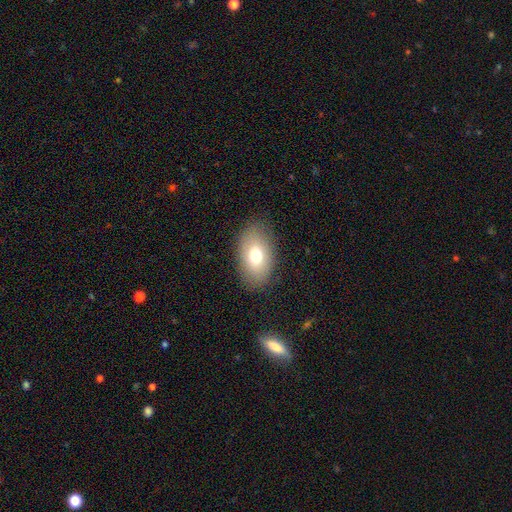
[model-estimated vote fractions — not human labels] A smooth galaxy with no disk features (72%) that is in between round and cigar-shaped (90%). Merging: none (84%).